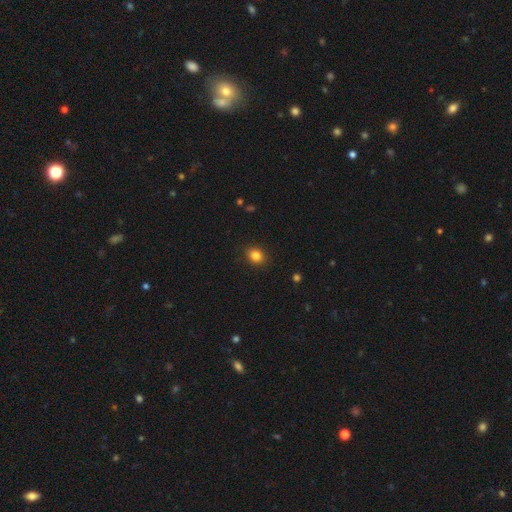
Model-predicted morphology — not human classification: Smooth or featured: smooth — 84% (star or artifact — 11%)
How rounded: round — 59% (in between — 40%)
Merging: none — 90% (minor disturbance — 7%)